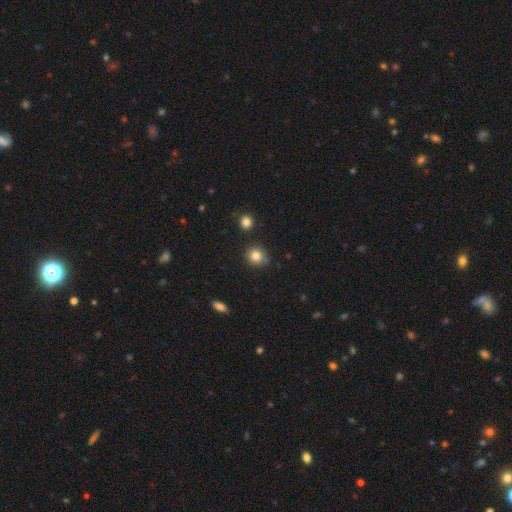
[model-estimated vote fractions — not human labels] Q: Smooth or featured?
A: smooth (83%); runner-up: star or artifact (11%)
Q: How rounded?
A: round (89%); runner-up: in between (10%)
Q: Merging?
A: none (84%); runner-up: minor disturbance (9%)